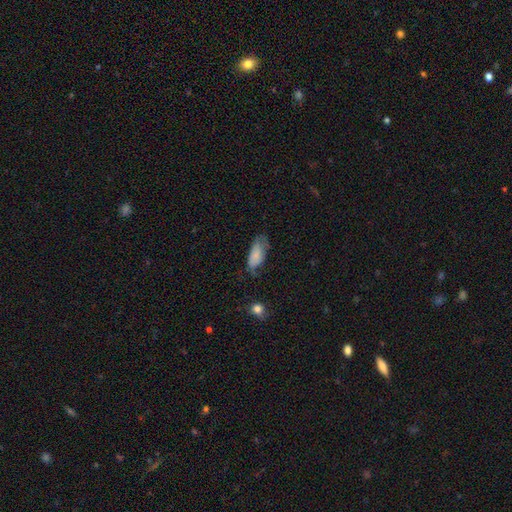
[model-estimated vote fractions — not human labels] A smooth galaxy with no disk features (77%) that is in between round and cigar-shaped (88%).

Vote fractions:
- Smooth or featured? smooth: 77% / featured or disk: 16% / star or artifact: 7%
- How rounded? in between: 88% / cigar-shaped: 9% / round: 2%
- Merging? none: 42% / minor disturbance: 37% / major disturbance: 18% / merger: 3%